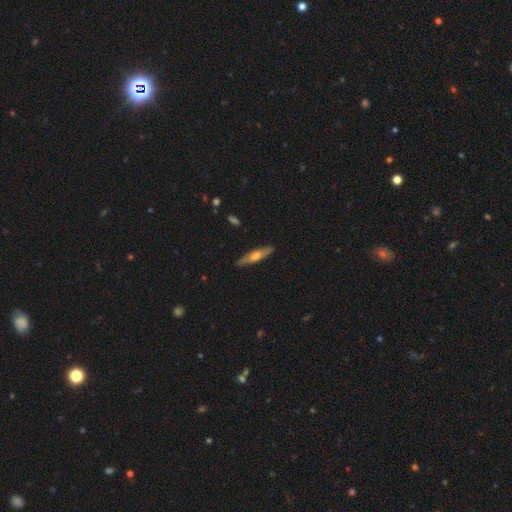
This appears to be a featured or disk galaxy (71%) viewed edge-on (96%) with a rounded central bulge (65%). Merging: none (94%).